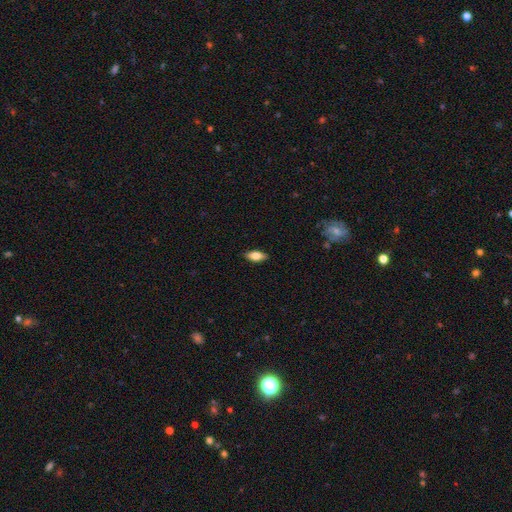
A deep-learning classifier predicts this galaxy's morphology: type=smooth (73%); roundness=in between (84%); merging=none (88%).